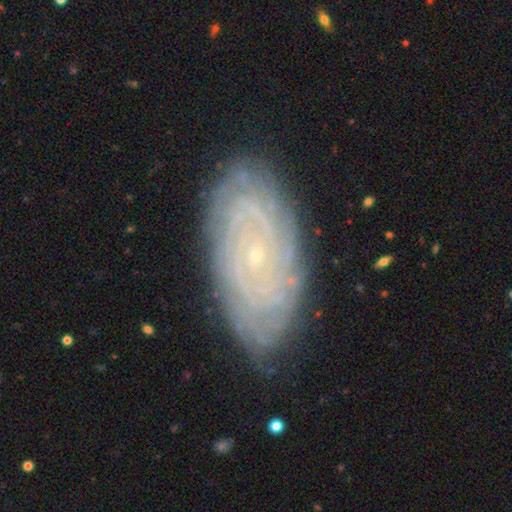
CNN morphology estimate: Smooth or featured? Predicted: featured or disk (p=0.81). Edge-on disk? Predicted: no (p=0.94). Bar? Predicted: no (p=0.81). Spiral arms? Predicted: yes (p=0.95). Spiral winding? Predicted: tight (p=0.85). Spiral arm count? Predicted: can't tell (p=0.40). Bulge size? Predicted: small (p=0.89). Merging? Predicted: none (p=0.82).